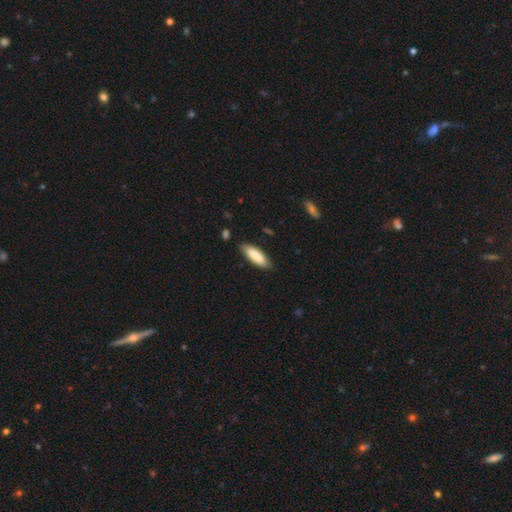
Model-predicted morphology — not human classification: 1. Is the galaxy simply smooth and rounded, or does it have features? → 85% smooth, 10% featured or disk, 5% star or artifact.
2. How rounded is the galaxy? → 59% in between, 39% cigar-shaped, 1% round.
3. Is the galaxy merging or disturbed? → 84% none, 12% minor disturbance, 2% major disturbance, 1% merger.